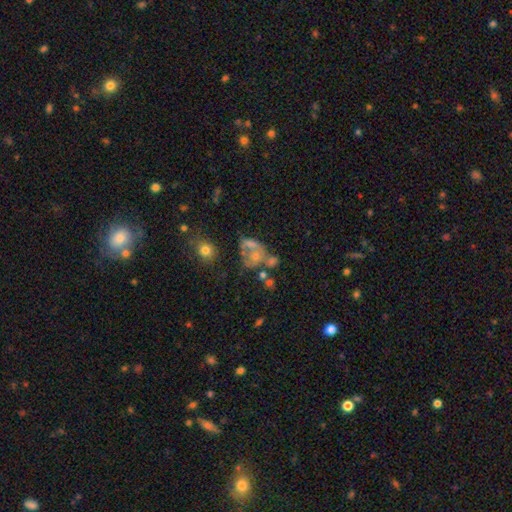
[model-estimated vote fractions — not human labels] smooth_or_featured: featured or disk (p=0.44) [alt: smooth p=0.35]
merging: merger (p=0.36) [alt: none p=0.30]